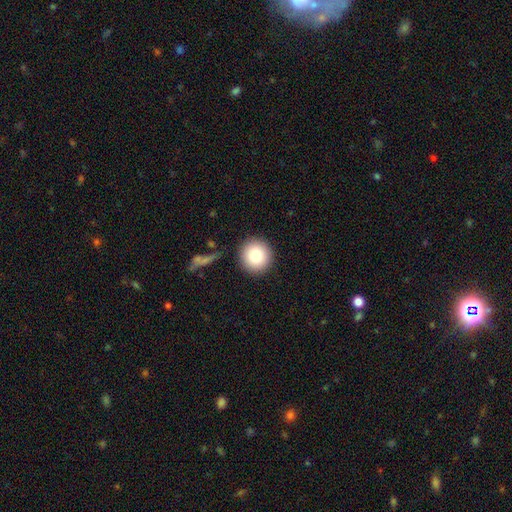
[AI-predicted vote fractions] The model was most divided on "smooth or featured": smooth: 84%, star or artifact: 9%, featured or disk: 8%. More confident: how rounded — round (95%); merging — none (90%).